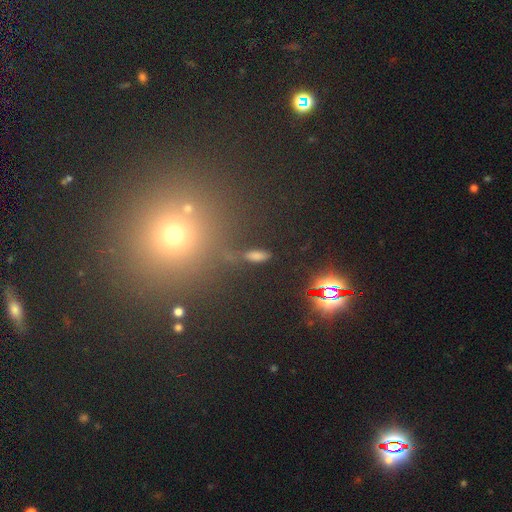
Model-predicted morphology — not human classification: This is possibly a star or artifact rather than a galaxy (55%).